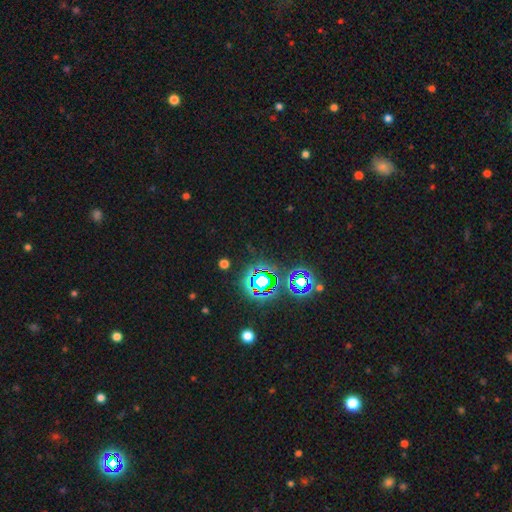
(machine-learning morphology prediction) A star or artifact, not a galaxy (79%).

Vote fractions:
- Smooth or featured? star or artifact: 79% / smooth: 12% / featured or disk: 8%